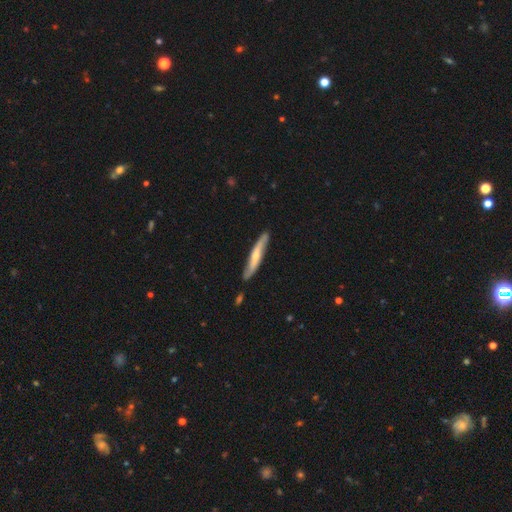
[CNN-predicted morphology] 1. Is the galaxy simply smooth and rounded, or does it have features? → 50% featured or disk, 45% smooth, 5% star or artifact.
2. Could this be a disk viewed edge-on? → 74% yes, 26% no.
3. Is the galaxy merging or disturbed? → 82% none, 13% minor disturbance, 2% merger, 2% major disturbance.